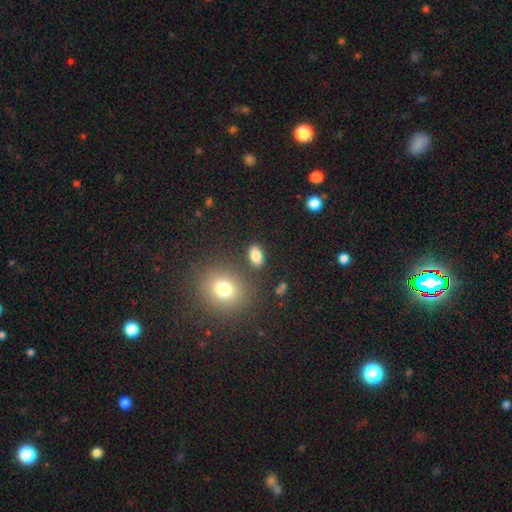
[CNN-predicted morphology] smooth_or_featured: smooth (p=0.84) [alt: star or artifact p=0.10]
how_rounded: in between (p=0.86) [alt: round p=0.11]
merging: none (p=0.84) [alt: minor disturbance p=0.09]